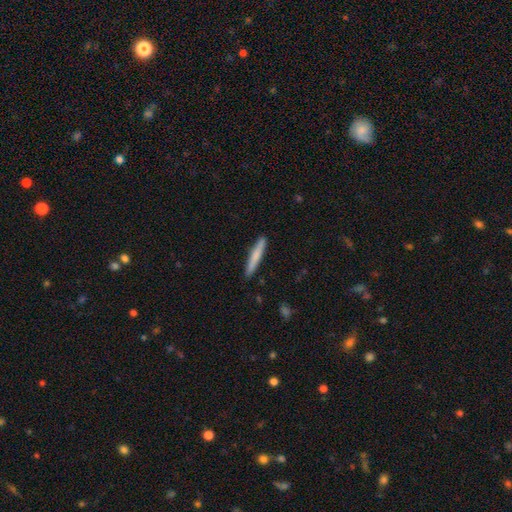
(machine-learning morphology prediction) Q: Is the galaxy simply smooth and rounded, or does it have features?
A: smooth — 73%.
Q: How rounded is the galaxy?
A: cigar-shaped — 94%.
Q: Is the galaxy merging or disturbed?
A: none — 90%.